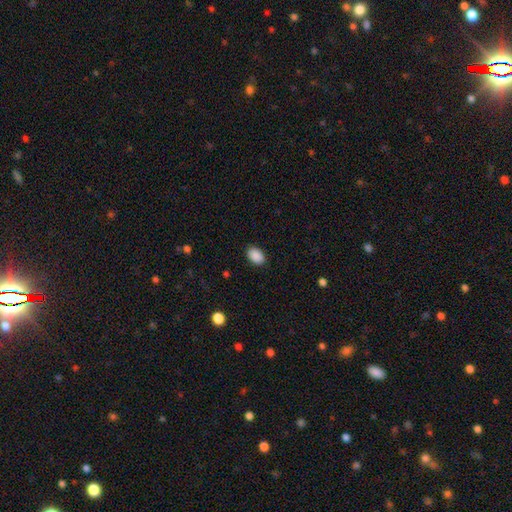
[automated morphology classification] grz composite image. It shows a smooth galaxy with no disk features (90%) that is in between round and cigar-shaped (85%). Merging: none (88%).